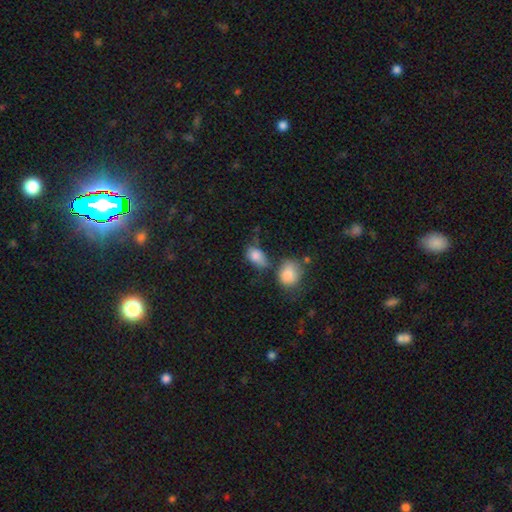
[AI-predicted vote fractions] smooth_or_featured: smooth (p=0.82) [alt: star or artifact p=0.09]
how_rounded: in between (p=0.81) [alt: round p=0.16]
merging: none (p=0.39) [alt: minor disturbance p=0.25]